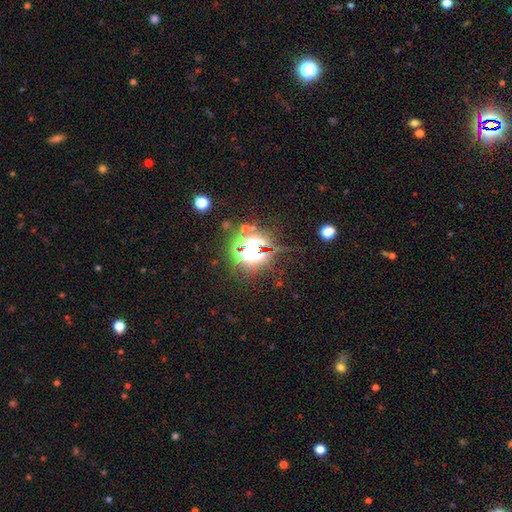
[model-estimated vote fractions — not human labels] Q: Smooth or featured?
A: star or artifact (80%); runner-up: smooth (11%)